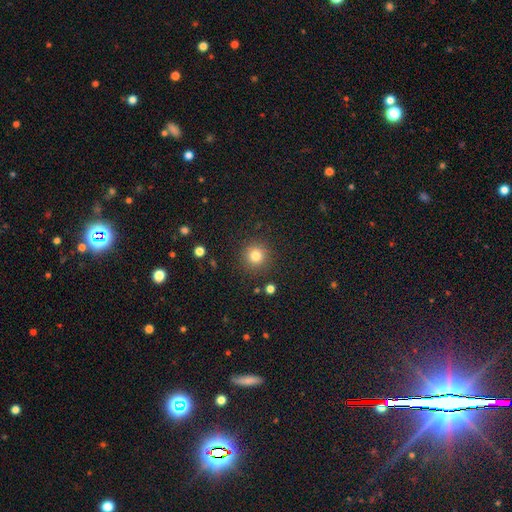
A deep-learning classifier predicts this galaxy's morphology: This appears to be a smooth galaxy with no disk features (81%) that is round (94%). Merging: none (89%).